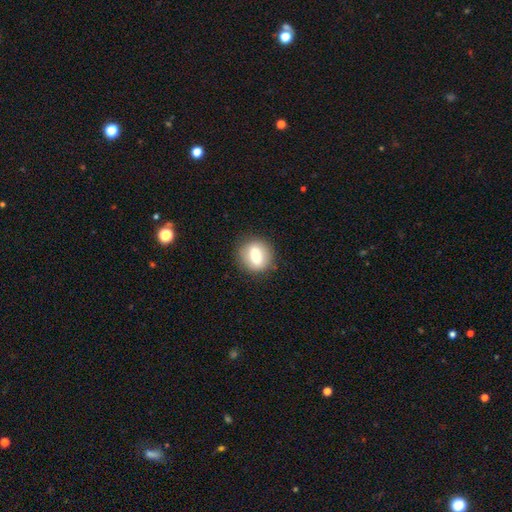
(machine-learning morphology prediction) smooth 69%, featured or disk 23%, star or artifact 8%. Down the decision tree: how rounded — round (76%); merging — none (86%).